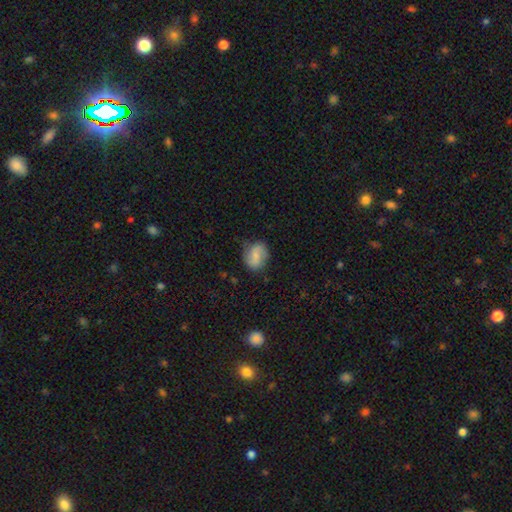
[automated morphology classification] smooth-or-featured: smooth: 54% | featured or disk: 39% | star or artifact: 8%
  how-rounded: in between: 53% | round: 45% | cigar-shaped: 2%
  merging: none: 71% | minor disturbance: 22% | major disturbance: 6% | merger: 2%